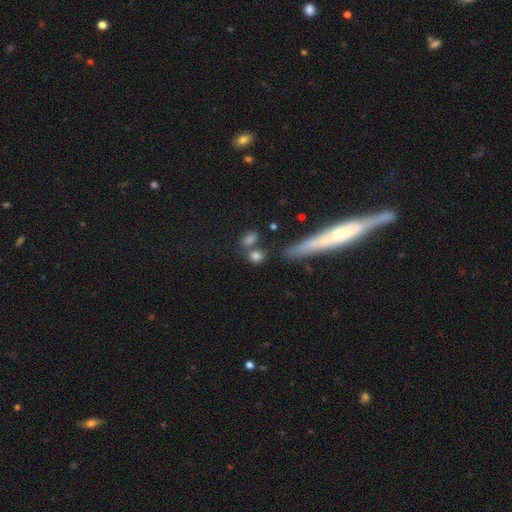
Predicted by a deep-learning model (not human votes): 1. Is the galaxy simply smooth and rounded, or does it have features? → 79% smooth, 12% star or artifact, 10% featured or disk.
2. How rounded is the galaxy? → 45% round (tied), 45% in between (tied), 11% cigar-shaped.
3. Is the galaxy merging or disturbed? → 58% none, 24% merger, 12% minor disturbance, 6% major disturbance.